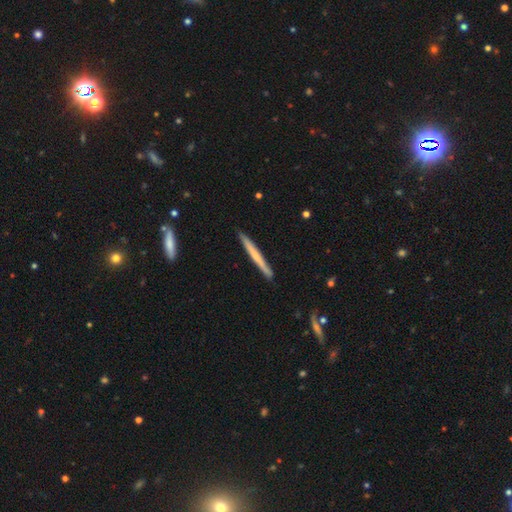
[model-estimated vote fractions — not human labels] smooth_or_featured: smooth (p=0.51) [alt: featured or disk p=0.43]
how_rounded: cigar-shaped (p=0.97) [alt: in between p=0.02]
merging: none (p=0.90) [alt: minor disturbance p=0.07]